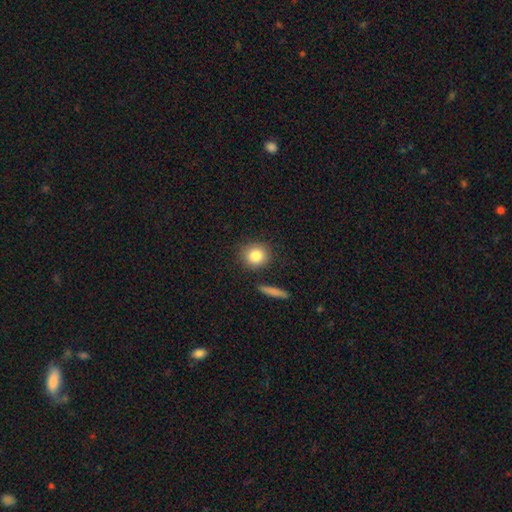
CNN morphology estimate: This appears to be a smooth galaxy with no disk features (84%) that is round (86%). Merging: none (85%).